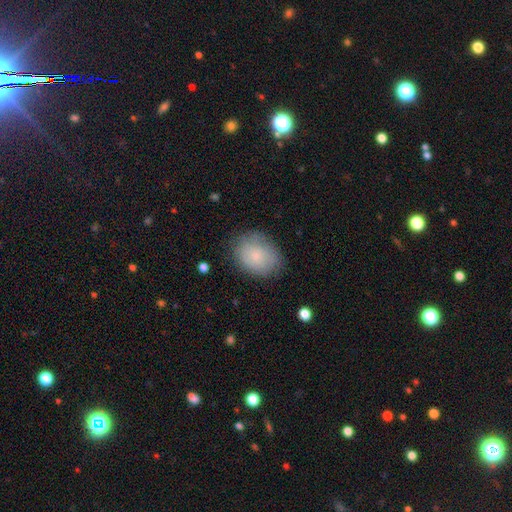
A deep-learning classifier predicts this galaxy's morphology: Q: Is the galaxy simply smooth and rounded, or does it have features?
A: smooth — 78%.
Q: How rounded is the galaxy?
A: in between — 58%.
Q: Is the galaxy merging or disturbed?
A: none — 76%.